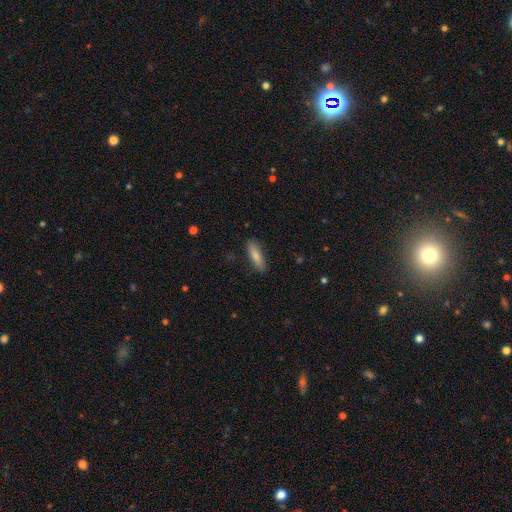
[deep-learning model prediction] smooth-or-featured: smooth: 77% | featured or disk: 17% | star or artifact: 6%
  how-rounded: cigar-shaped: 66% | in between: 32% | round: 2%
  merging: none: 87% | minor disturbance: 10% | major disturbance: 2% | merger: 1%